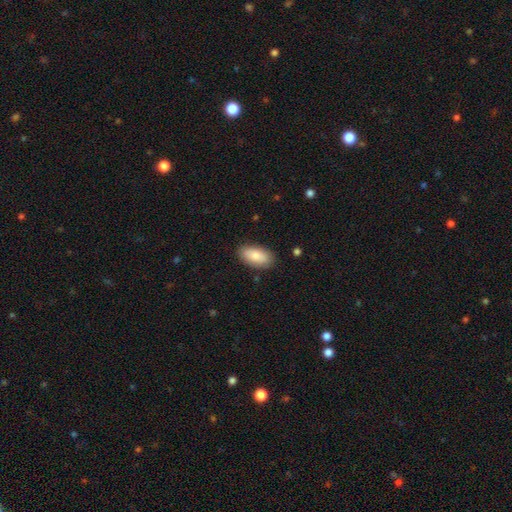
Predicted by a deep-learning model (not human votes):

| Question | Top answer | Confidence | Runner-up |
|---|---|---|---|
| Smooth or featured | smooth | 84% | featured or disk (10%) |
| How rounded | in between | 93% | cigar-shaped (4%) |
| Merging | none | 85% | minor disturbance (11%) |